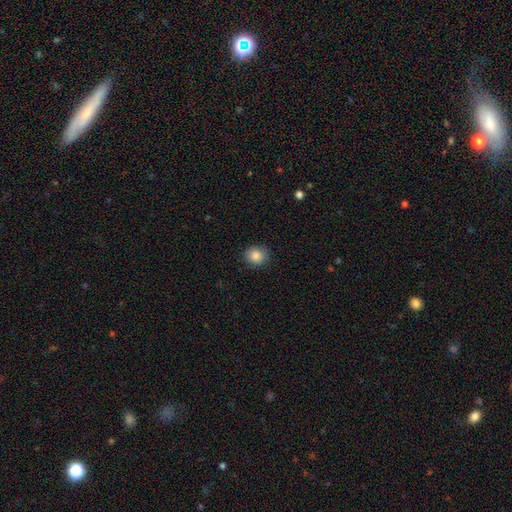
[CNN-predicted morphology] This is clearly a smooth galaxy (85%). How rounded: clearly round (84%). Merging: clearly none (86%).